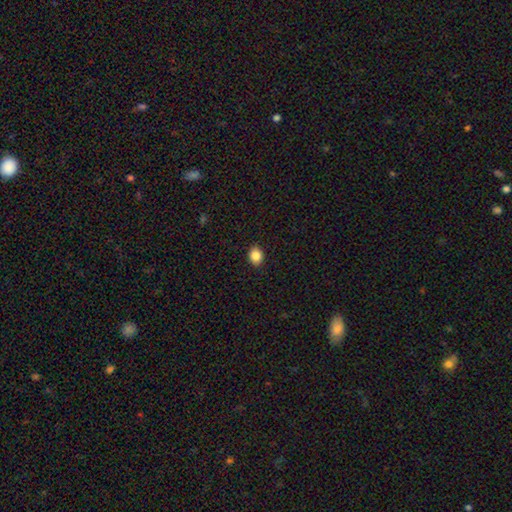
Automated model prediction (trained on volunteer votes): Smooth or featured: smooth — 86% (star or artifact — 9%)
How rounded: in between — 51% (round — 48%)
Merging: none — 90% (minor disturbance — 7%)